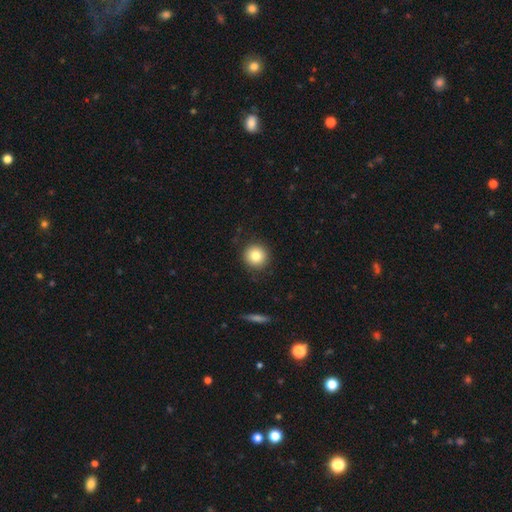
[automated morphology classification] This is clearly a smooth galaxy (81%). How rounded: clearly round (94%). Merging: clearly none (88%).